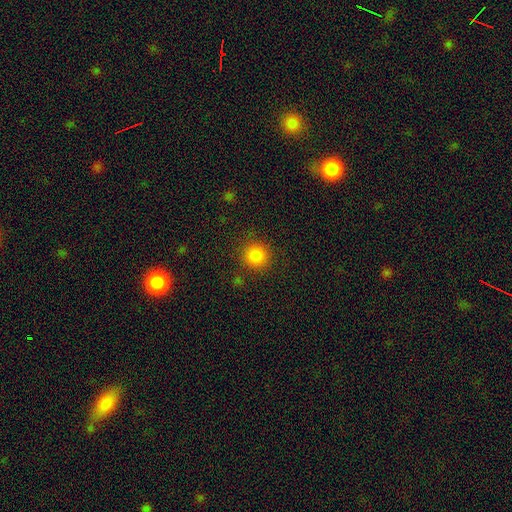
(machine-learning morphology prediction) This appears to be a smooth galaxy with no disk features (85%) that is round (93%). Merging: none (88%).